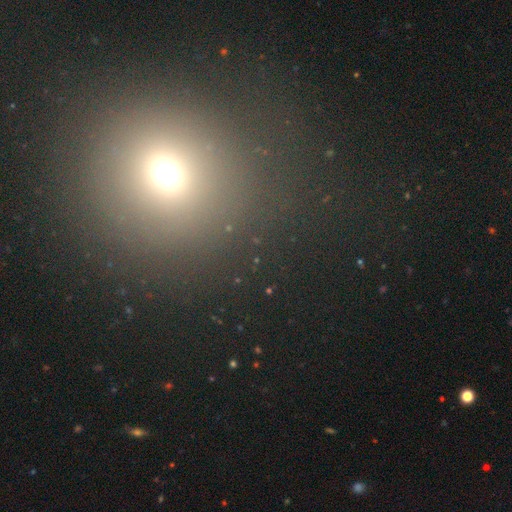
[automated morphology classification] smooth_or_featured: smooth (p=0.61) [alt: star or artifact p=0.29]
how_rounded: round (p=0.85) [alt: in between p=0.13]
merging: none (p=0.83) [alt: minor disturbance p=0.08]